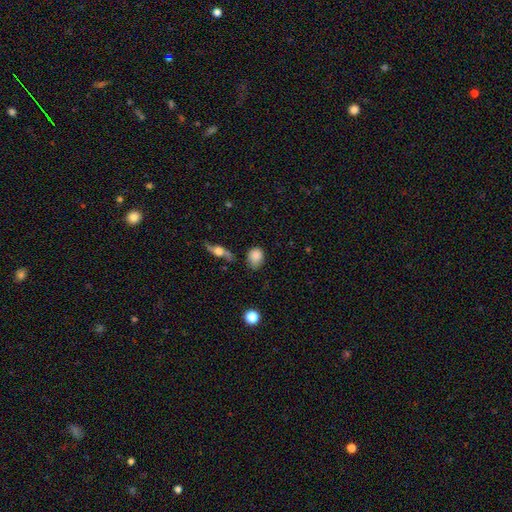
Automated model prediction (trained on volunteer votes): Overall: smooth (80%). How rounded: in between (57%; round 40%). Merging: none (61%; minor disturbance 27%).